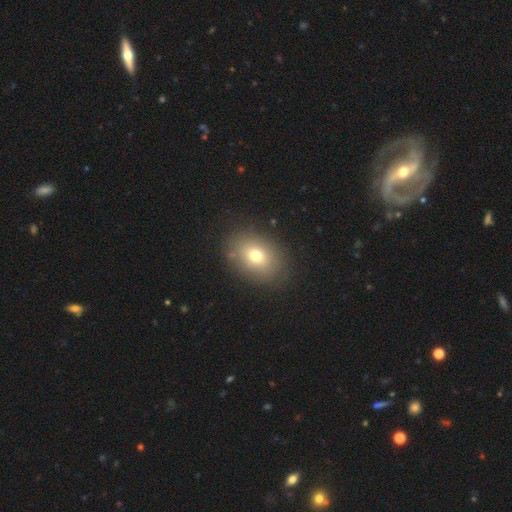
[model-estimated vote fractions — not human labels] smooth-or-featured: smooth: 74% | featured or disk: 14% | star or artifact: 12%
  how-rounded: in between: 70% | round: 29% | cigar-shaped: 1%
  merging: none: 85% | minor disturbance: 10% | major disturbance: 4% | merger: 2%